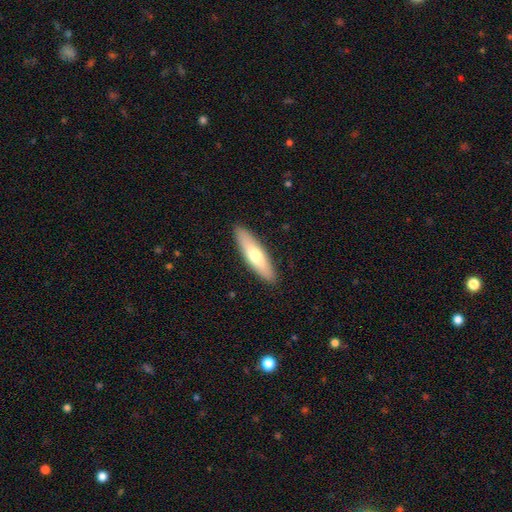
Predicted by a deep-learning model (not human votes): This appears to be a smooth galaxy with no disk features (66%) that is cigar-shaped (67%). Merging: none (90%).